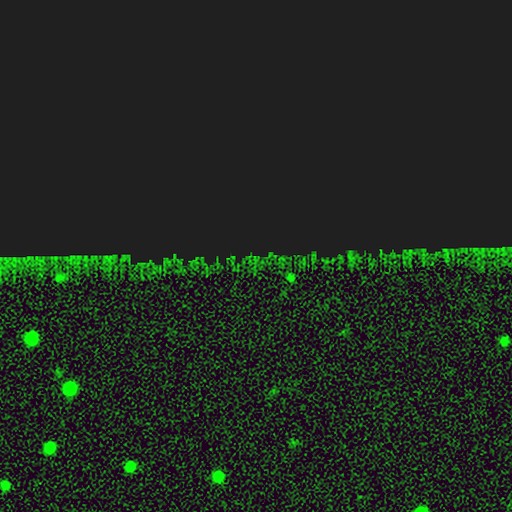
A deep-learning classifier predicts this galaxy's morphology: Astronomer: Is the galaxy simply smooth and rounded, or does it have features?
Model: star or artifact — 85%.